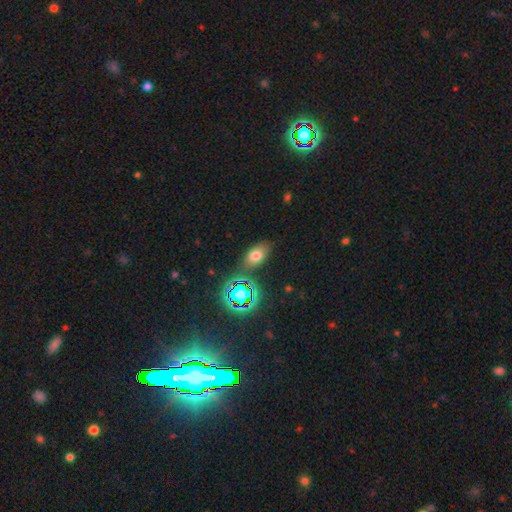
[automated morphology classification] smooth_or_featured: smooth (p=0.67) [alt: star or artifact p=0.21]
how_rounded: in between (p=0.85) [alt: round p=0.12]
merging: none (p=0.75) [alt: minor disturbance p=0.15]